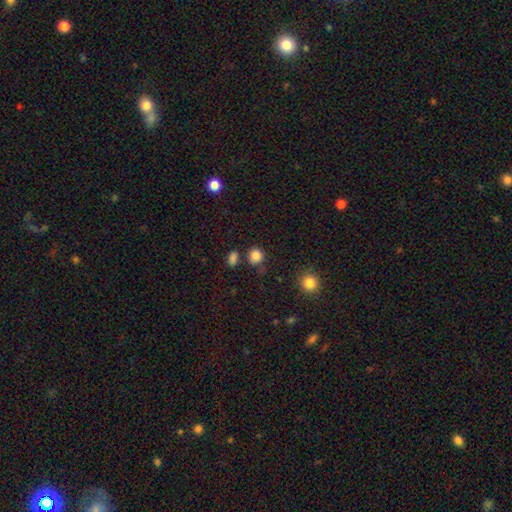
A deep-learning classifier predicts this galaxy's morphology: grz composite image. It shows a smooth galaxy with no disk features (84%) that is round (86%). Merging: none (76%).